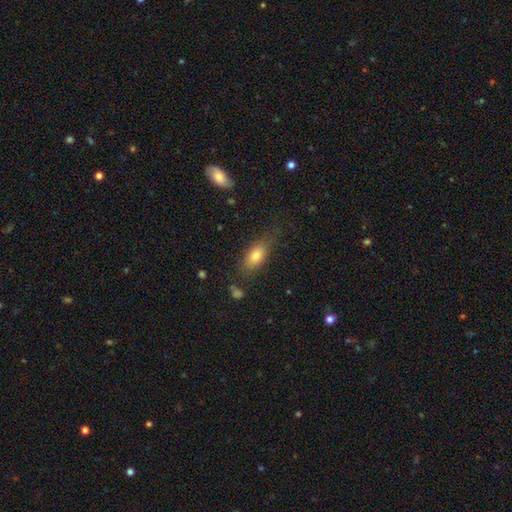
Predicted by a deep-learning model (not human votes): Smooth or featured?
  - smooth: 77% *
  - featured or disk: 14%
  - star or artifact: 9%
How rounded?
  - in between: 81% *
  - cigar-shaped: 14%
  - round: 5%
Merging?
  - none: 72% *
  - minor disturbance: 19%
  - major disturbance: 7%
  - merger: 3%